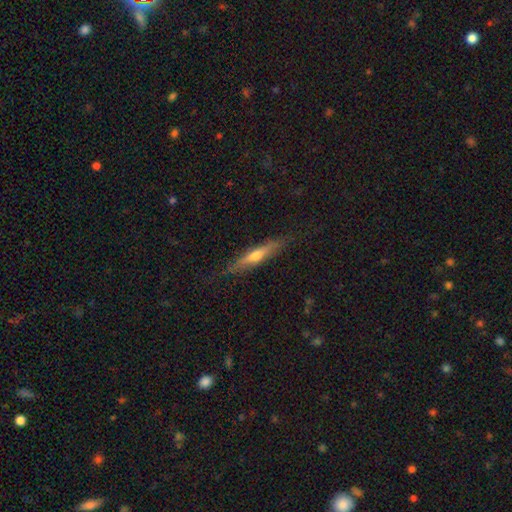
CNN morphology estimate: featured or disk 48%, smooth 45%, star or artifact 6%. Down the decision tree: merging — none (81%).